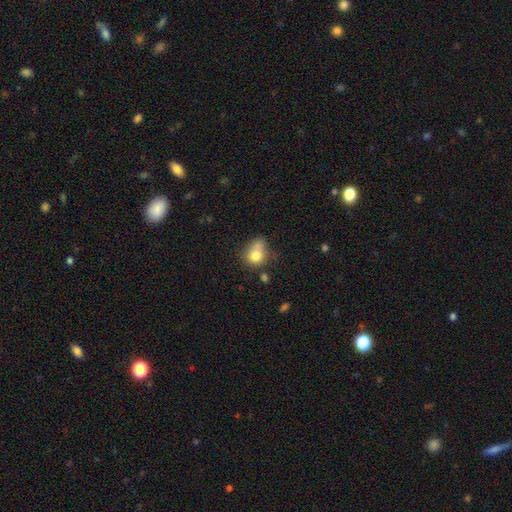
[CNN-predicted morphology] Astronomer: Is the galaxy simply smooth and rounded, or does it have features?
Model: smooth — 76%.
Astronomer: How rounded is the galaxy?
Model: round — 60% (runner-up: in between, 39%).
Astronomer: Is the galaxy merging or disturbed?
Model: none — 35% (runner-up: merger, 29%).